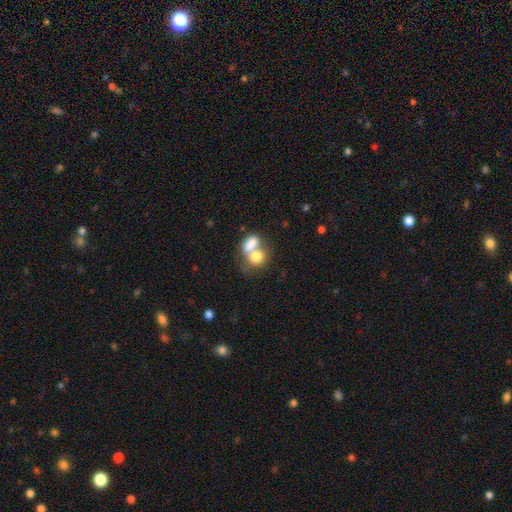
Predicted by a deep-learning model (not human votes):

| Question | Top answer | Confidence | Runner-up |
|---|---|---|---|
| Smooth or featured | smooth | 75% | featured or disk (16%) |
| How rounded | in between | 56% | round (42%) |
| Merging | merger | 69% | none (20%) |